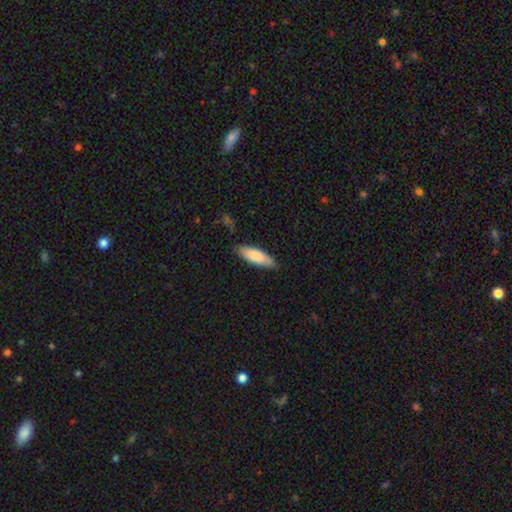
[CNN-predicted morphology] The model was most divided on "how rounded": in between: 57%, cigar-shaped: 41%, round: 1%. More confident: smooth or featured — smooth (81%); merging — none (76%).